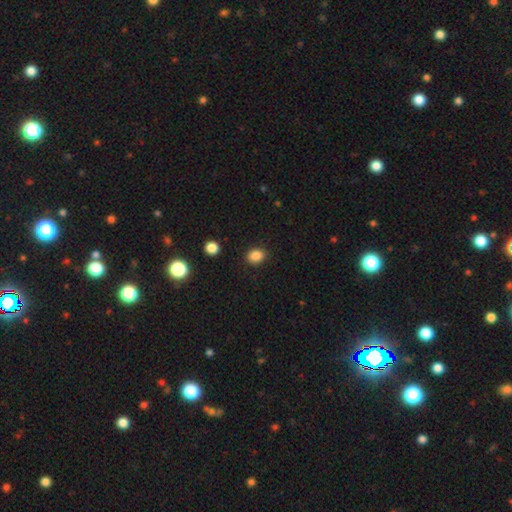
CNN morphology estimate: The model was most divided on "how rounded": in between: 61%, round: 38%, cigar-shaped: 1%. More confident: merging — none (89%); smooth or featured — smooth (86%).